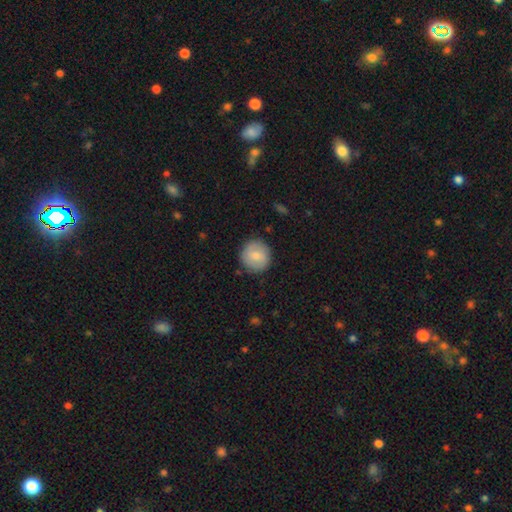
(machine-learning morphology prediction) type=smooth (72%); roundness=round (93%); merging=none (87%).